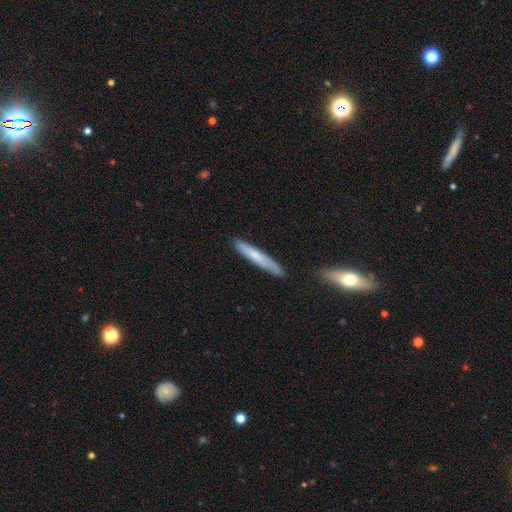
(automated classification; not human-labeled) Morphology: type=smooth (62%); roundness=cigar-shaped (94%); merging=none (80%).